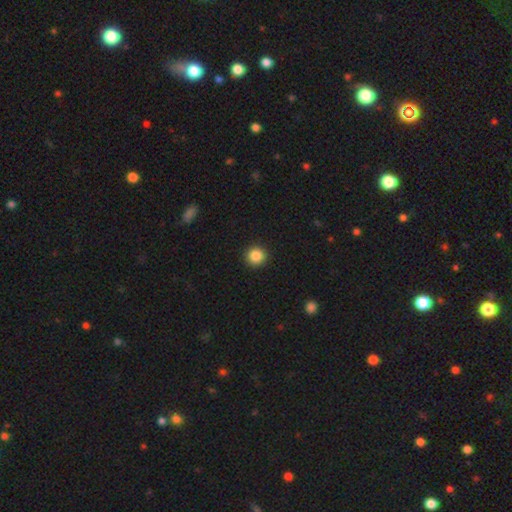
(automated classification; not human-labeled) Q: Smooth or featured?
A: smooth (86%); runner-up: star or artifact (10%)
Q: How rounded?
A: round (93%); runner-up: in between (6%)
Q: Merging?
A: none (93%); runner-up: minor disturbance (5%)